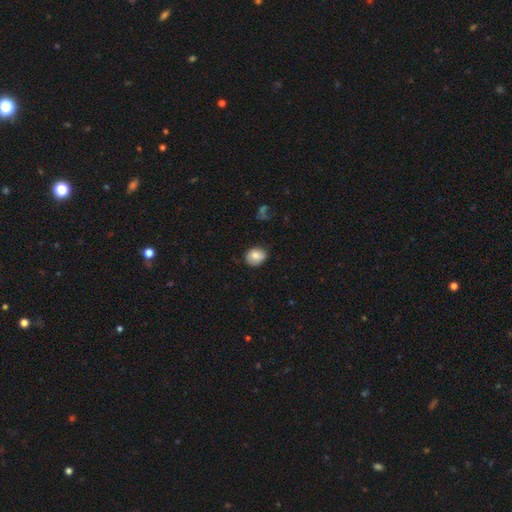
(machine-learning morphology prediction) smooth_or_featured: smooth (p=0.80) [alt: featured or disk p=0.11]
how_rounded: round (p=0.53) [alt: in between p=0.46]
merging: none (p=0.75) [alt: minor disturbance p=0.20]